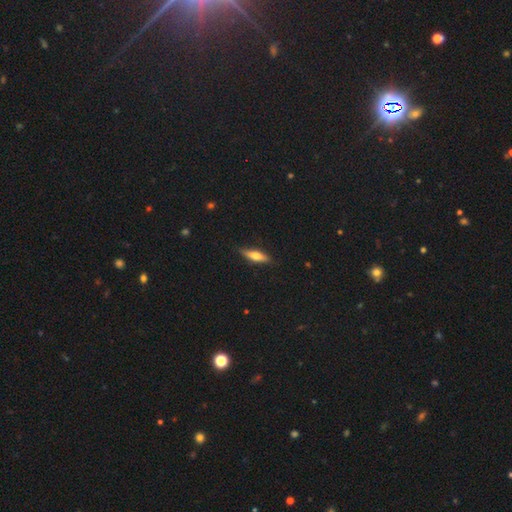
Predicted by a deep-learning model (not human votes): A smooth galaxy with no disk features (52%) that is cigar-shaped (62%).

Vote fractions:
- Smooth or featured? smooth: 52% / featured or disk: 41% / star or artifact: 6%
- How rounded? cigar-shaped: 62% / in between: 35% / round: 3%
- Merging? none: 85% / minor disturbance: 12% / major disturbance: 2% / merger: 1%